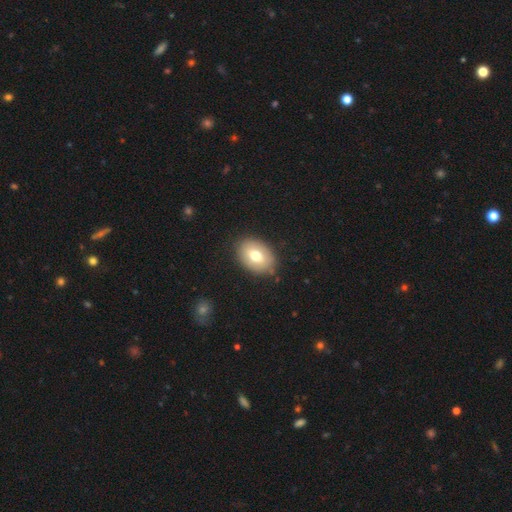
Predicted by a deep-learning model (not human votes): A smooth galaxy with no disk features (71%) that is in between round and cigar-shaped (77%). Merging: none (85%).